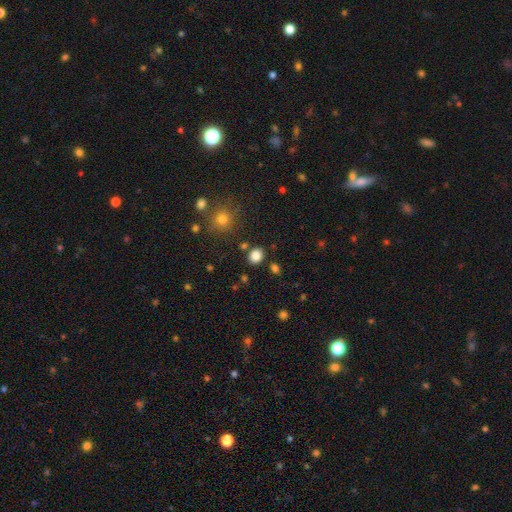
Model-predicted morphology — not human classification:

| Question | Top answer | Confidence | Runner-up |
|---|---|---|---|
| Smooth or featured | smooth | 84% | star or artifact (12%) |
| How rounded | round | 65% | in between (34%) |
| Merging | none | 85% | minor disturbance (8%) |